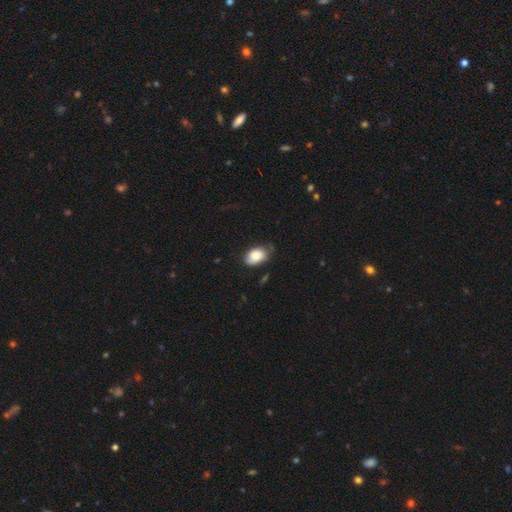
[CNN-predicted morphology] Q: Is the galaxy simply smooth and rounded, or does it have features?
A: smooth — 83%.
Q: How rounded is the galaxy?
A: in between — 87%.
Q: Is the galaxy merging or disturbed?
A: none — 60%.